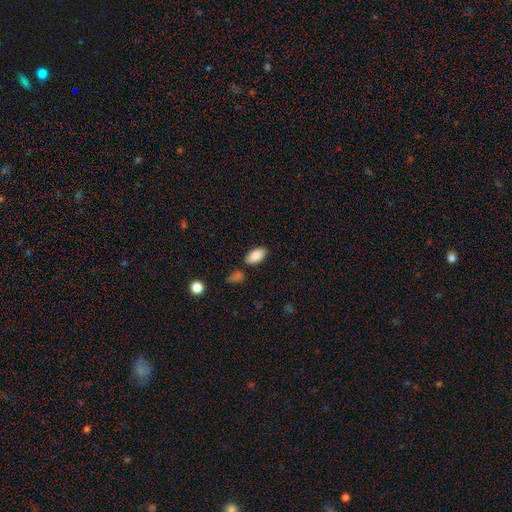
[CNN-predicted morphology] Smooth or featured?
  - smooth: 88% *
  - star or artifact: 7%
  - featured or disk: 5%
How rounded?
  - in between: 93% *
  - cigar-shaped: 3%
  - round: 3%
Merging?
  - none: 79% *
  - minor disturbance: 12%
  - merger: 6%
  - major disturbance: 3%